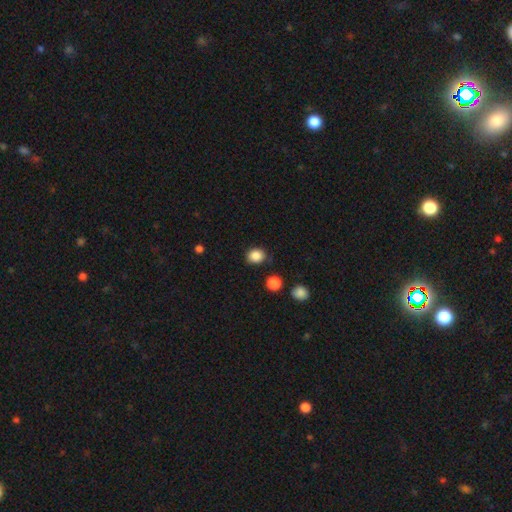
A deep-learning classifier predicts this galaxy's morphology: Overall: smooth (86%). How rounded: round (68%; in between 31%). Merging: none (83%).